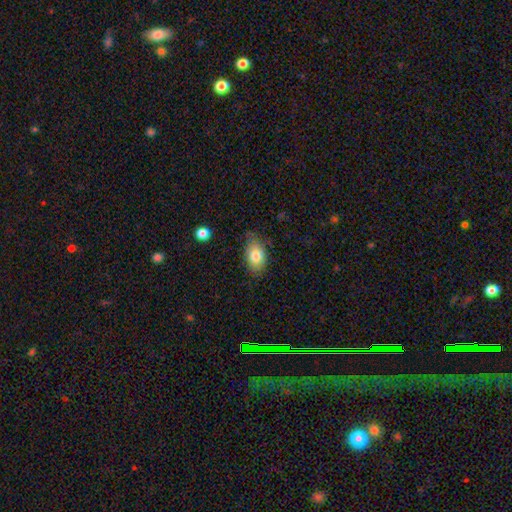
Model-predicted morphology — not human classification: smooth-or-featured: smooth: 81% | featured or disk: 11% | star or artifact: 8%
  how-rounded: in between: 88% | round: 10% | cigar-shaped: 2%
  merging: none: 69% | minor disturbance: 24% | major disturbance: 5% | merger: 2%